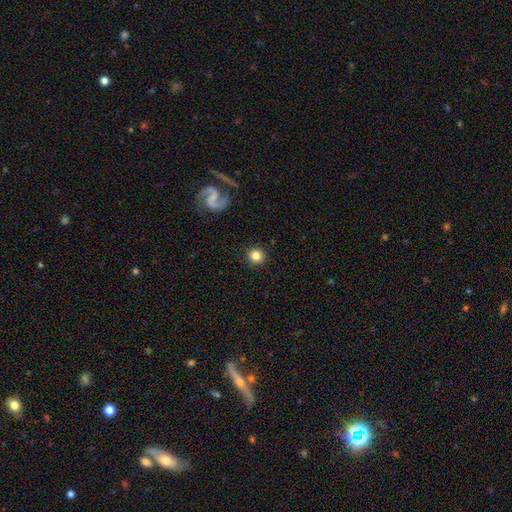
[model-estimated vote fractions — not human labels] smooth_or_featured: smooth (p=0.80) [alt: star or artifact p=0.10]
how_rounded: round (p=0.94) [alt: in between p=0.05]
merging: none (p=0.91) [alt: minor disturbance p=0.06]